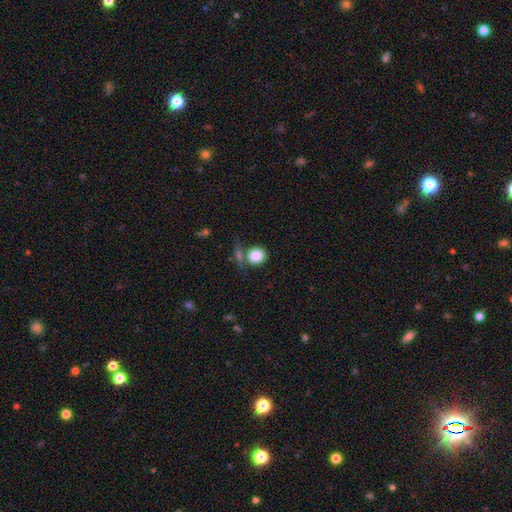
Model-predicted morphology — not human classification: This appears to be a smooth galaxy with no disk features (85%) that is round (82%). Merging: none (59%).